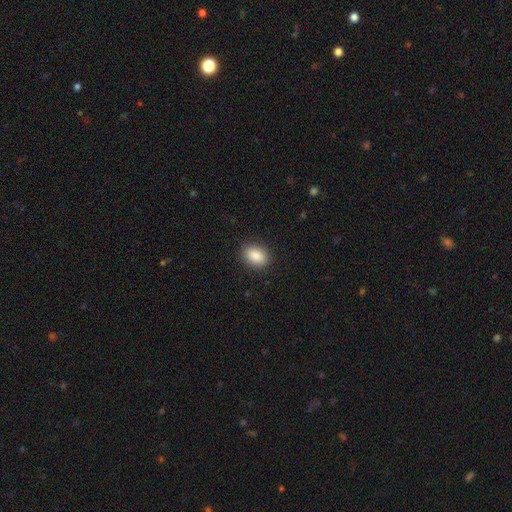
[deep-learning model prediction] A smooth galaxy with no disk features (88%) that is in between round and cigar-shaped (77%).

Vote fractions:
- Smooth or featured? smooth: 88% / star or artifact: 8% / featured or disk: 4%
- How rounded? in between: 77% / round: 21% / cigar-shaped: 1%
- Merging? none: 88% / minor disturbance: 8% / major disturbance: 2% / merger: 1%